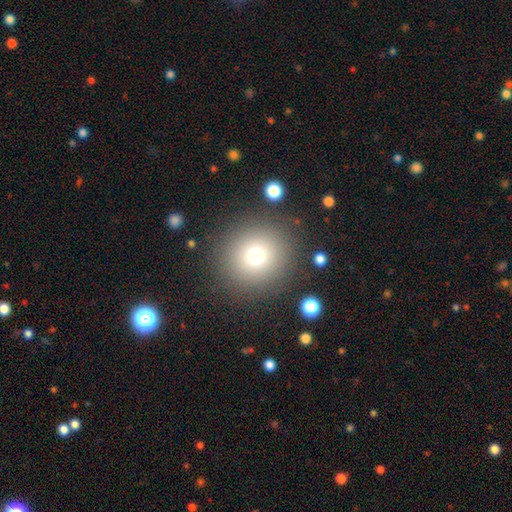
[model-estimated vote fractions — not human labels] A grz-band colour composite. It shows a smooth galaxy with no disk features (73%) that is round (92%). Merging: none (87%).